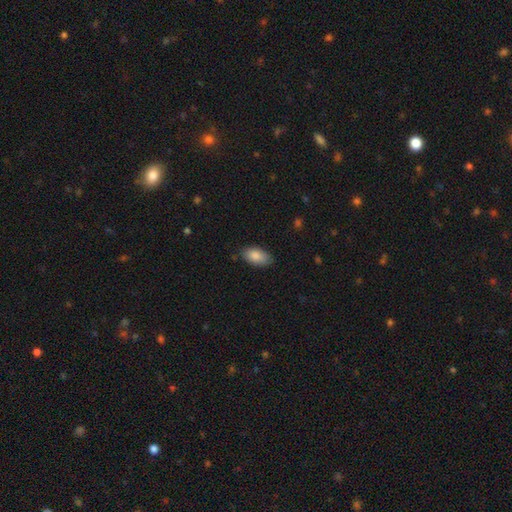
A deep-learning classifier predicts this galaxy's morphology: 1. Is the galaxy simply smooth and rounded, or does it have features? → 87% smooth, 7% featured or disk, 6% star or artifact.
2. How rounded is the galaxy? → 94% in between, 3% round, 3% cigar-shaped.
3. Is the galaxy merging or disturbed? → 80% none, 16% minor disturbance, 3% major disturbance, 1% merger.